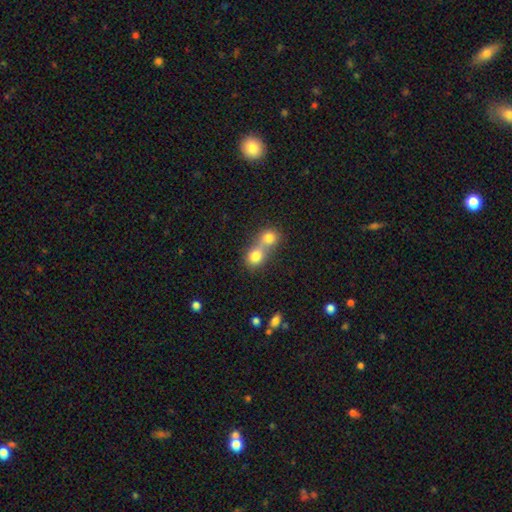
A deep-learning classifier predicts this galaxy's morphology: Smooth or featured?
  - smooth: 79% *
  - featured or disk: 11%
  - star or artifact: 10%
How rounded?
  - round: 75% *
  - in between: 23%
  - cigar-shaped: 1%
Merging?
  - merger: 68% *
  - none: 25%
  - minor disturbance: 5%
  - major disturbance: 3%